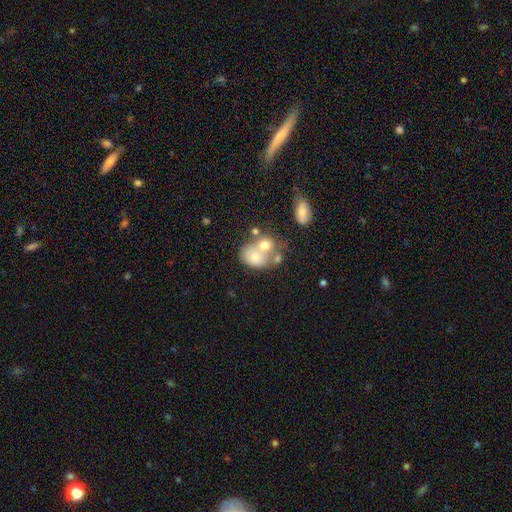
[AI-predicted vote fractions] A smooth galaxy with no disk features (62%) that is in between round and cigar-shaped (50%).

Vote fractions:
- Smooth or featured? smooth: 62% / featured or disk: 27% / star or artifact: 11%
- How rounded? in between: 50% / round: 49% / cigar-shaped: 1%
- Merging? merger: 60% / none: 24% / minor disturbance: 10% / major disturbance: 7%